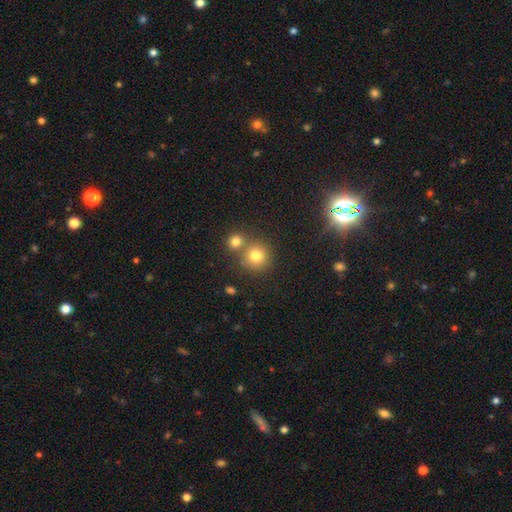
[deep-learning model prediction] Smooth or featured: smooth — 78% (star or artifact — 13%)
How rounded: round — 91% (in between — 8%)
Merging: none — 60% (merger — 29%)